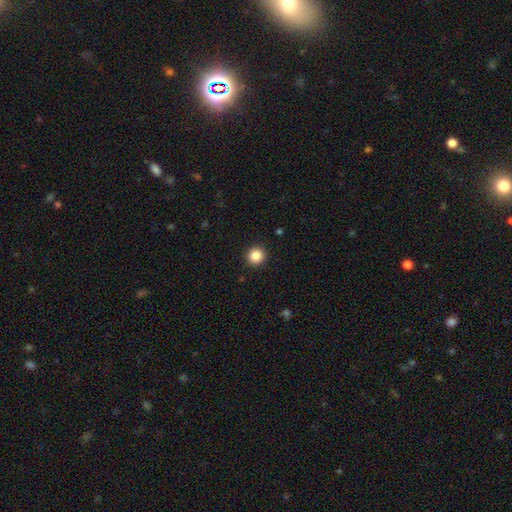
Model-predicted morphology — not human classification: Smooth or featured?
  - smooth: 87% *
  - star or artifact: 10%
  - featured or disk: 3%
How rounded?
  - round: 93% *
  - in between: 6%
  - cigar-shaped: 1%
Merging?
  - none: 92% *
  - minor disturbance: 5%
  - major disturbance: 2%
  - merger: 1%